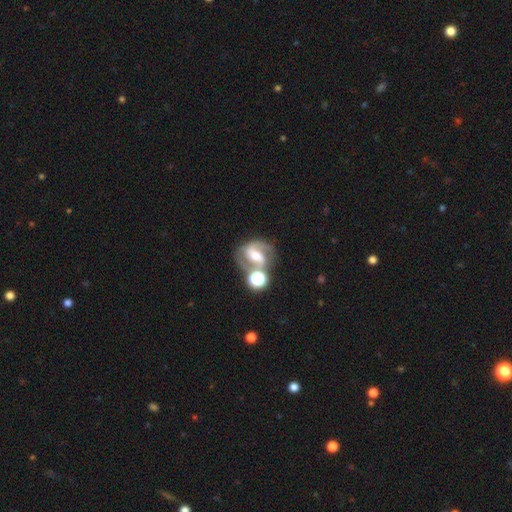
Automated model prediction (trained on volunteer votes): This appears to be a featured or disk galaxy (82%) with a weak bar (42%), 2 (90%) medium (59%) spiral arms (96%) and a moderate central bulge (56%). Merging: none (54%).